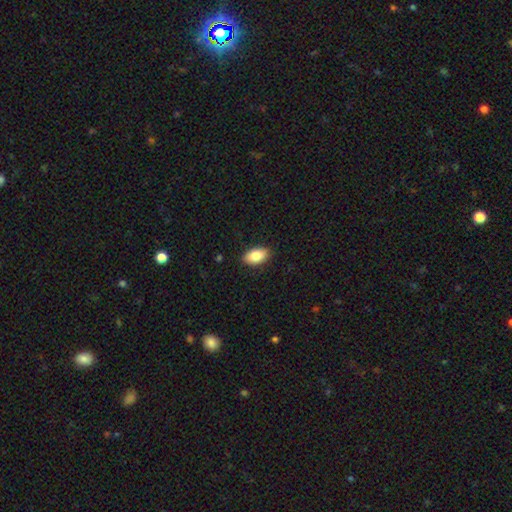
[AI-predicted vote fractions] This appears to be a smooth galaxy with no disk features (83%) that is in between round and cigar-shaped (93%). Merging: none (88%).